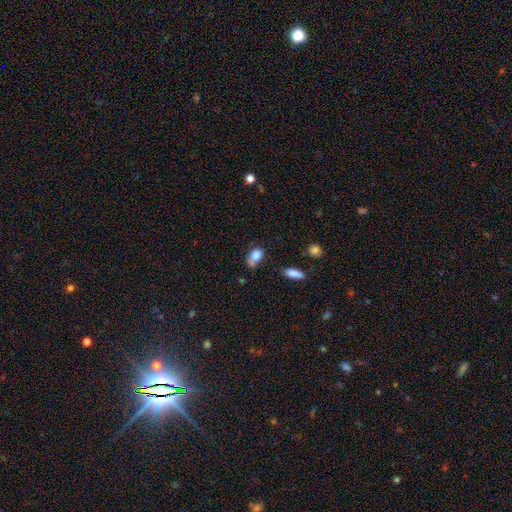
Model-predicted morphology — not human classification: Smooth or featured?
  - smooth: 80% *
  - featured or disk: 11%
  - star or artifact: 9%
How rounded?
  - in between: 82% *
  - round: 16%
  - cigar-shaped: 2%
Merging?
  - none: 43% *
  - minor disturbance: 35%
  - major disturbance: 14%
  - merger: 8%